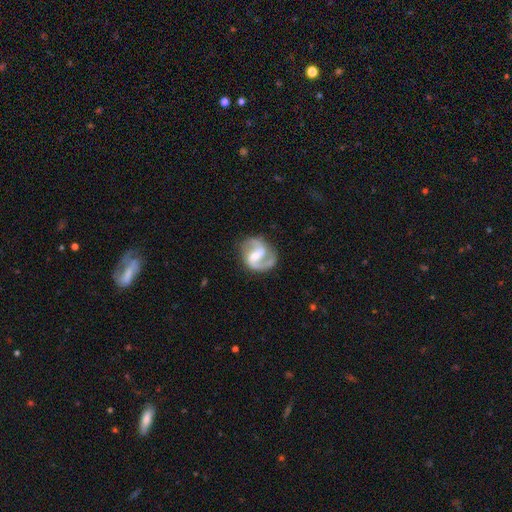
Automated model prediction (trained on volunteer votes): smooth-or-featured: featured or disk: 86% | smooth: 9% | star or artifact: 5%
  disk-edge-on: no: 98% | yes: 2%
    bar: weak: 49% | strong: 35% | no: 16%
    has-spiral-arms: yes: 95% | no: 5%
      spiral-winding: medium: 55% | loose: 28% | tight: 17%
      spiral-arm-count: 2: 88% | 1: 6% | can't tell: 3% | 3: 1% | 4: 1% | more than 4: 1%
    bulge-size: moderate: 47% | small: 38% | none: 8% | large: 6% | dominant: 1%
  merging: none: 73% | minor disturbance: 16% | major disturbance: 9% | merger: 2%